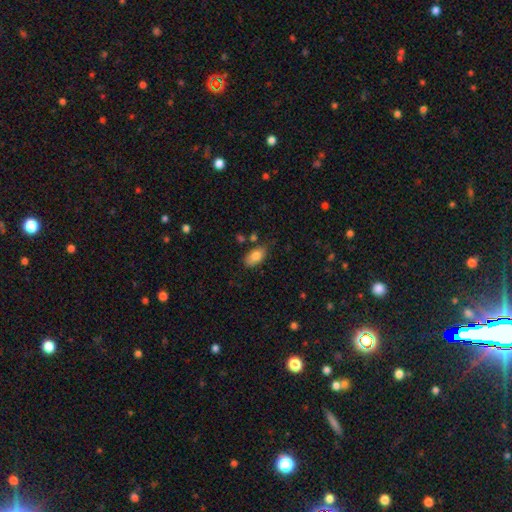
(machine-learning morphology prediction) type=smooth (82%); roundness=in between (92%); merging=none (68%).